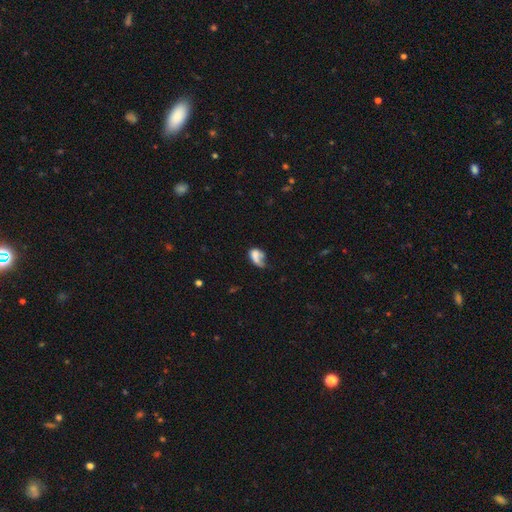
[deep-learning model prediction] This is possibly a smooth galaxy (59%). How rounded: likely in between (78%). Merging: marginally major disturbance (34%).